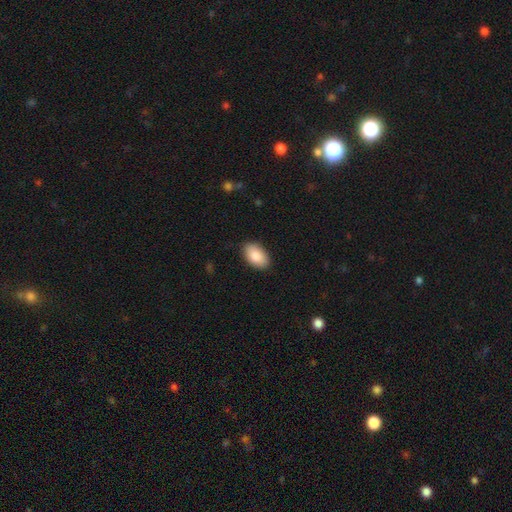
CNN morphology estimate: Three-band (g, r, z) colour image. It shows a smooth galaxy with no disk features (87%) that is in between round and cigar-shaped (94%). Merging: none (87%).